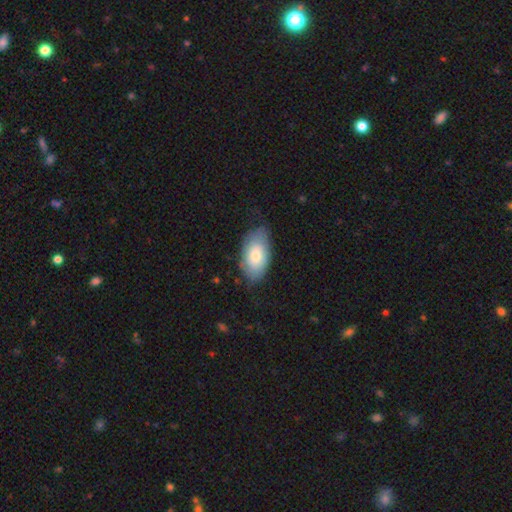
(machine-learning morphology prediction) smooth 74%, featured or disk 20%, star or artifact 6%. Down the decision tree: how rounded — in between (94%); merging — none (68%).